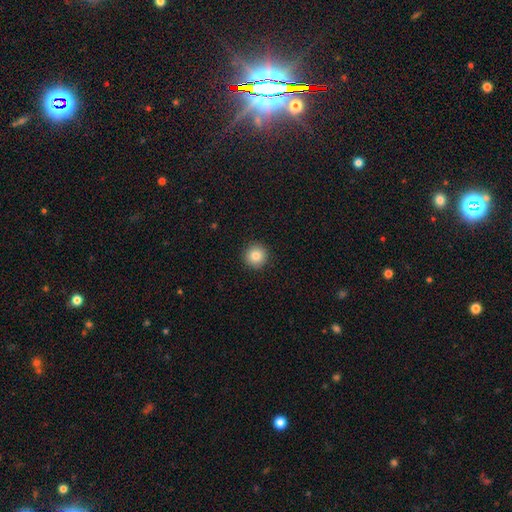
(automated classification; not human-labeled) smooth-or-featured: smooth: 85% | star or artifact: 10% | featured or disk: 6%
  how-rounded: round: 96% | in between: 4% | cigar-shaped: 1%
  merging: none: 93% | minor disturbance: 5% | major disturbance: 2% | merger: 1%